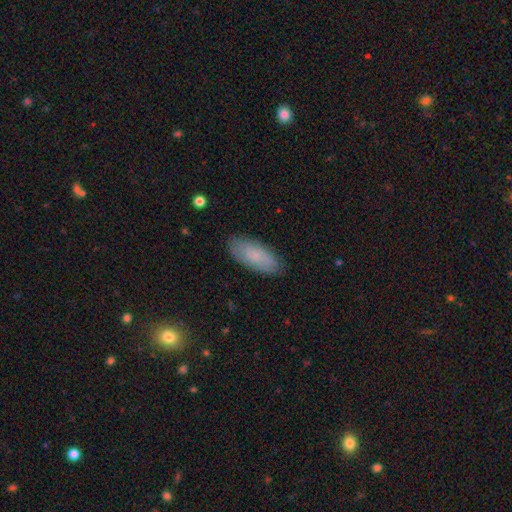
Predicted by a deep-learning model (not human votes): smooth 77%, featured or disk 16%, star or artifact 7%. Down the decision tree: how rounded — in between (84%); merging — none (85%).